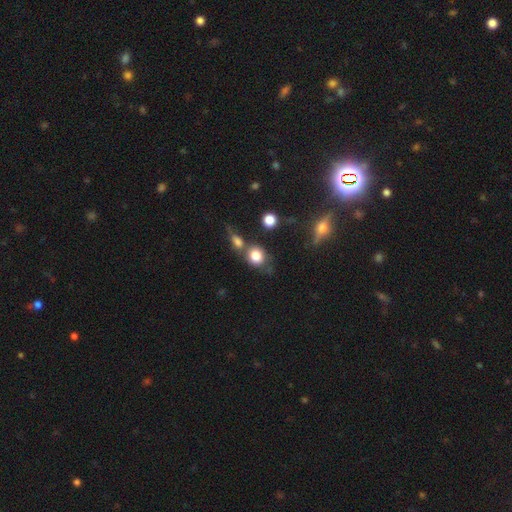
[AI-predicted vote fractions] Smooth or featured? smooth (80%)
How rounded? round (65%)
Merging? none (44%)